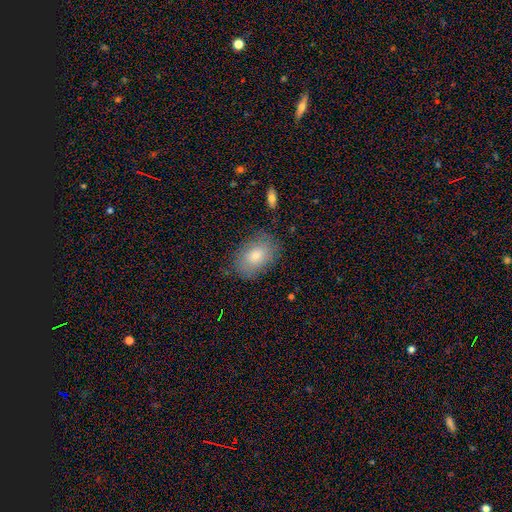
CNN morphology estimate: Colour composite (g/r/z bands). It shows a smooth galaxy with no disk features (76%) that is in between round and cigar-shaped (85%). Merging: none (80%).